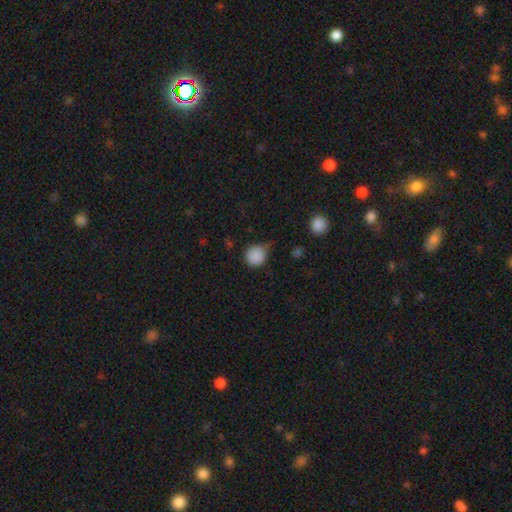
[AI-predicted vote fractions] The model was most divided on "merging": none: 60%, minor disturbance: 31%, major disturbance: 7%, merger: 3%. More confident: how rounded — round (90%); smooth or featured — smooth (87%).